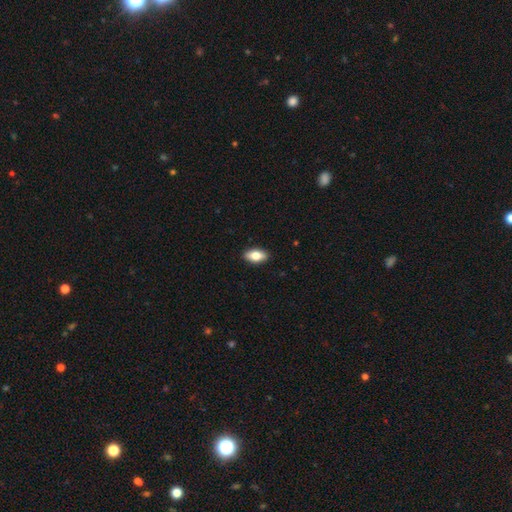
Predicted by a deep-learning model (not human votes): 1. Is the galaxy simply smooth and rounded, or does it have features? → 74% smooth, 19% featured or disk, 7% star or artifact.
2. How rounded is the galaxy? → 88% in between, 8% cigar-shaped, 4% round.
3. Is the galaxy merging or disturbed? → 90% none, 7% minor disturbance, 2% major disturbance, 1% merger.